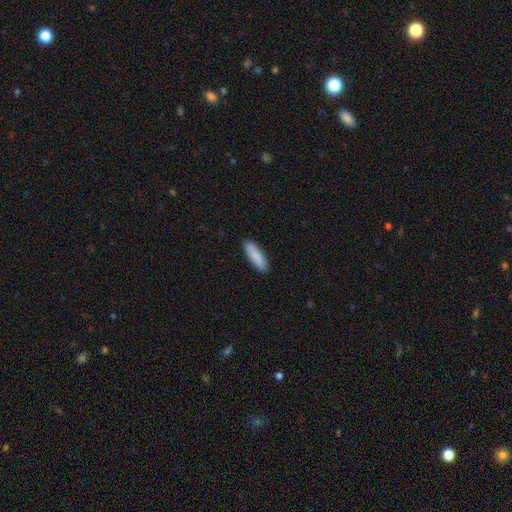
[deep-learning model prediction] Overall: smooth (89%). How rounded: cigar-shaped (50%; in between 48%). Merging: none (90%).